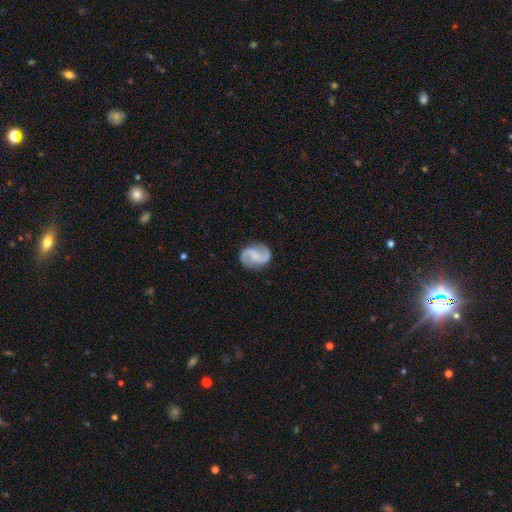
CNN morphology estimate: Q: Smooth or featured?
A: featured or disk (85%); runner-up: smooth (9%)
Q: Edge-on disk?
A: no (98%); runner-up: yes (2%)
Q: Bar?
A: no (49%); runner-up: weak (39%)
Q: Spiral arms?
A: yes (97%); runner-up: no (3%)
Q: Spiral winding?
A: medium (50%); runner-up: loose (33%)
Q: Spiral arm count?
A: 2 (93%); runner-up: can't tell (2%)
Q: Bulge size?
A: none (45%); runner-up: small (33%)
Q: Merging?
A: none (84%); runner-up: minor disturbance (11%)